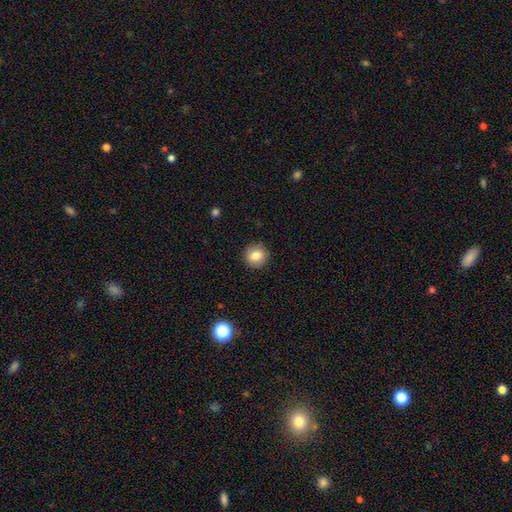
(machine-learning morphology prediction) A smooth galaxy with no disk features (83%) that is round (93%). Merging: none (92%).